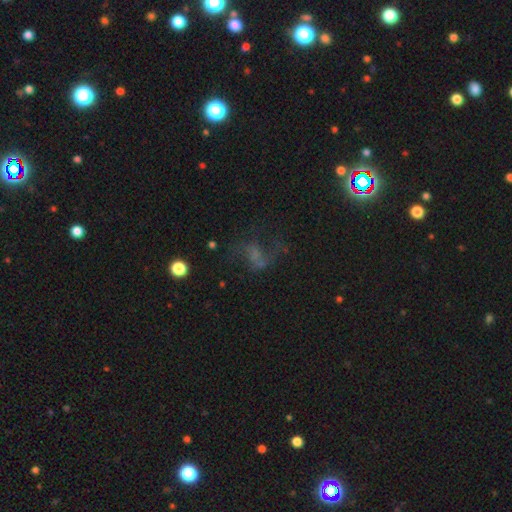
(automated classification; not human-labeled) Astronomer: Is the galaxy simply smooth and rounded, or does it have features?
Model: featured or disk — 40% (runner-up: smooth, 31%).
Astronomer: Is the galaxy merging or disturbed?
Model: none — 40% (runner-up: major disturbance, 35%).